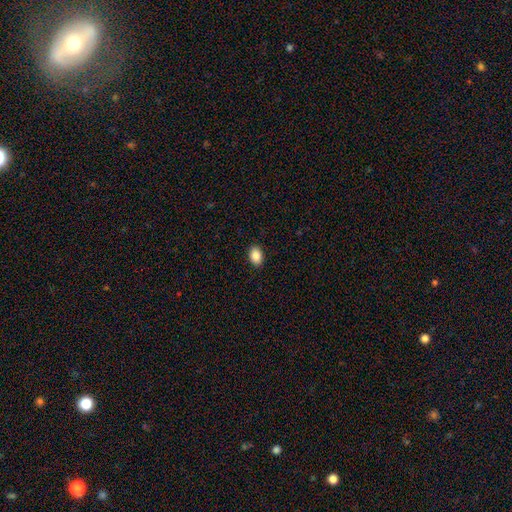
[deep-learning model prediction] Smooth or featured? smooth (88%)
How rounded? in between (82%)
Merging? none (90%)